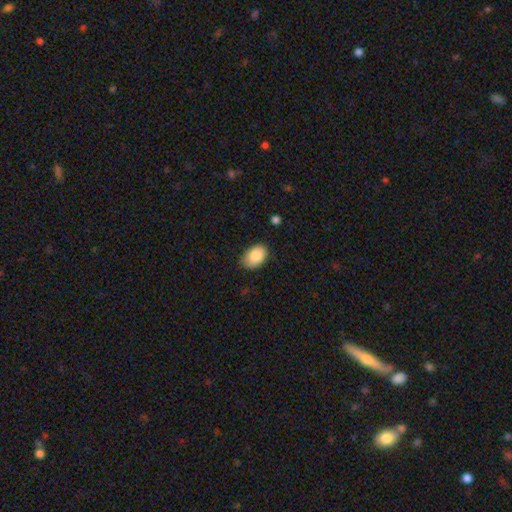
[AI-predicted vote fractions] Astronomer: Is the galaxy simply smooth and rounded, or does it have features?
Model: smooth — 87%.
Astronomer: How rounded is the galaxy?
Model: in between — 87%.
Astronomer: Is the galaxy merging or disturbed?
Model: none — 76%.